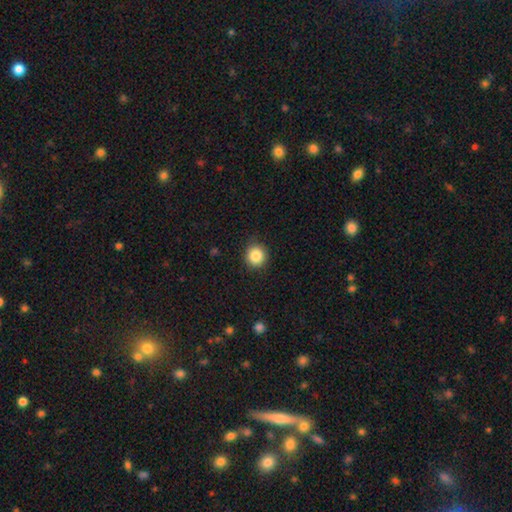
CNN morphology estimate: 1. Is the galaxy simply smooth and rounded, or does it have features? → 86% smooth, 9% star or artifact, 5% featured or disk.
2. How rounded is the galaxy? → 92% round, 7% in between, 1% cigar-shaped.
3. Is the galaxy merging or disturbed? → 88% none, 9% minor disturbance, 2% major disturbance, 1% merger.